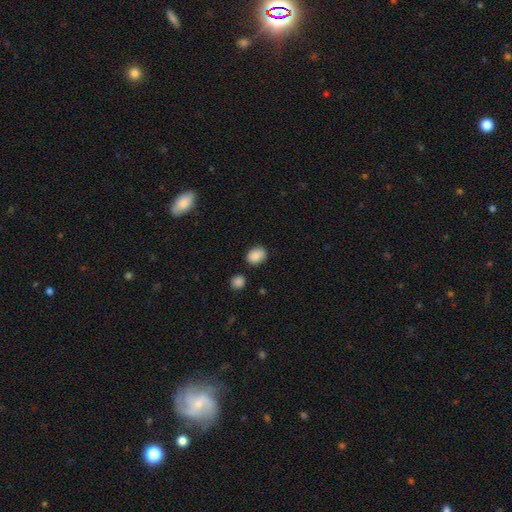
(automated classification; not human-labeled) A smooth galaxy with no disk features (88%) that is in between round and cigar-shaped (65%).

Vote fractions:
- Smooth or featured? smooth: 88% / star or artifact: 8% / featured or disk: 4%
- How rounded? in between: 65% / round: 34% / cigar-shaped: 1%
- Merging? none: 79% / minor disturbance: 13% / merger: 5% / major disturbance: 3%